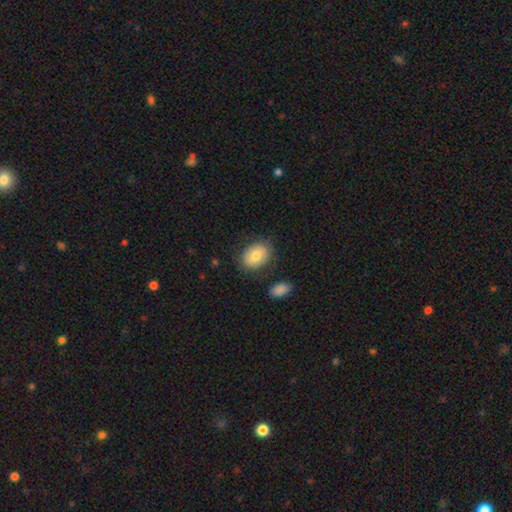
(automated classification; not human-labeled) smooth-or-featured: smooth: 72% | featured or disk: 21% | star or artifact: 7%
  how-rounded: in between: 70% | round: 29% | cigar-shaped: 1%
  merging: none: 78% | minor disturbance: 14% | major disturbance: 4% | merger: 3%